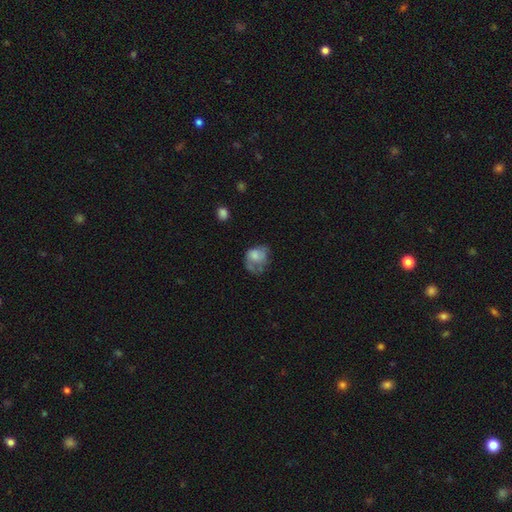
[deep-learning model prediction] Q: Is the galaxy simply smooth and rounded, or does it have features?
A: smooth — 58%.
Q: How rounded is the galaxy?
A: in between — 51%.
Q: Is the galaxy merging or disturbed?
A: major disturbance — 38%.